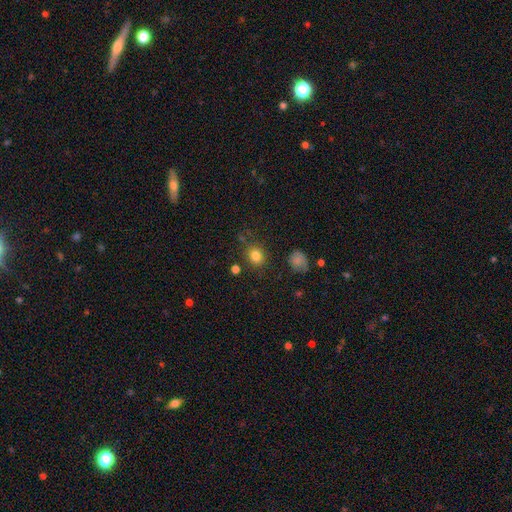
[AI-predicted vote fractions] Overall: smooth (81%). How rounded: round (74%). Merging: none (82%).